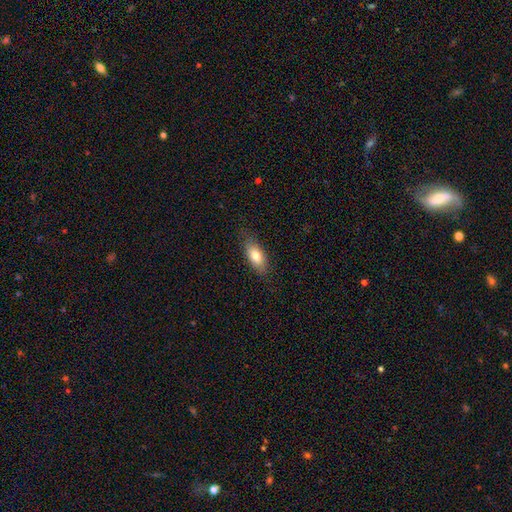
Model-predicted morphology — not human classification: A smooth galaxy with no disk features (77%) that is in between round and cigar-shaped (84%).

Vote fractions:
- Smooth or featured? smooth: 77% / featured or disk: 16% / star or artifact: 7%
- How rounded? in between: 84% / cigar-shaped: 13% / round: 3%
- Merging? none: 79% / minor disturbance: 16% / major disturbance: 4% / merger: 1%